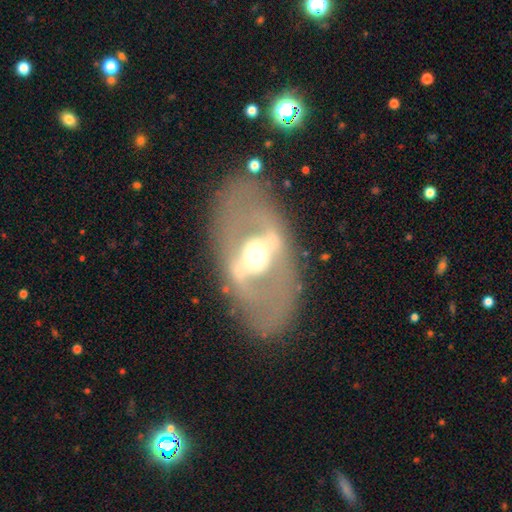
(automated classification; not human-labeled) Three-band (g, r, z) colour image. It shows a featured or disk galaxy (79%) with a strong bar (71%), no spiral arms (73%) and a moderate central bulge (62%). Merging: none (78%).